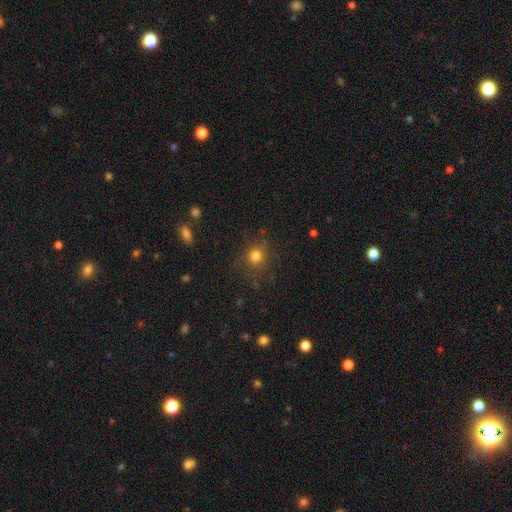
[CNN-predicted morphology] Smooth or featured? Predicted: smooth (p=0.79). How rounded? Predicted: round (p=0.87). Merging? Predicted: none (p=0.82).